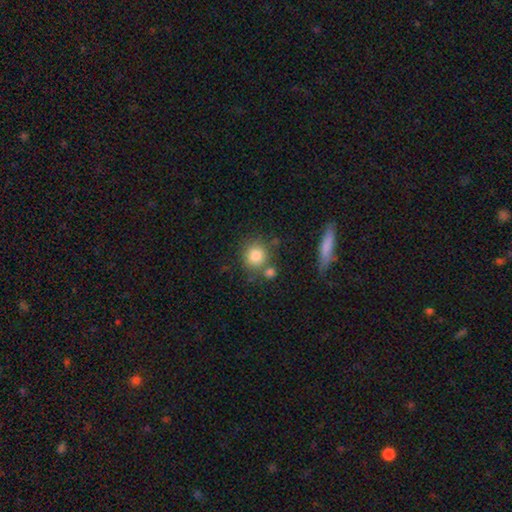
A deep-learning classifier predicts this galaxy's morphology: This appears to be a smooth galaxy with no disk features (83%) that is round (83%). Merging: none (64%).